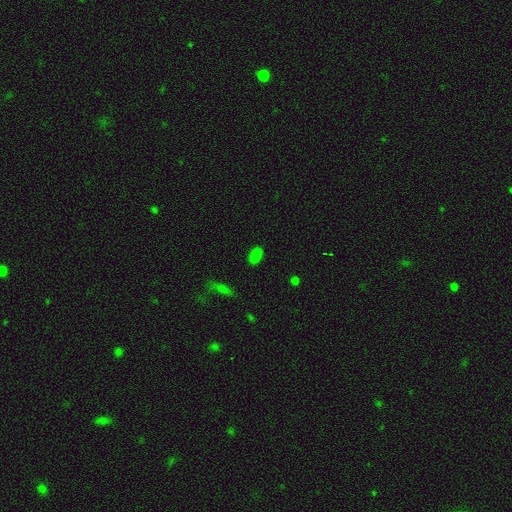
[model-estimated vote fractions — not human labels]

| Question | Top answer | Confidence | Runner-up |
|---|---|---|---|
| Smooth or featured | smooth | 81% | star or artifact (15%) |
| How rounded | in between | 92% | round (6%) |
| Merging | none | 86% | minor disturbance (10%) |